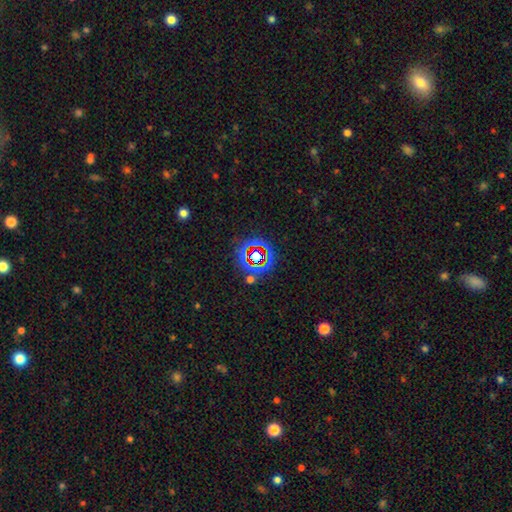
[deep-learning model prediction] Overall: star or artifact (68%).